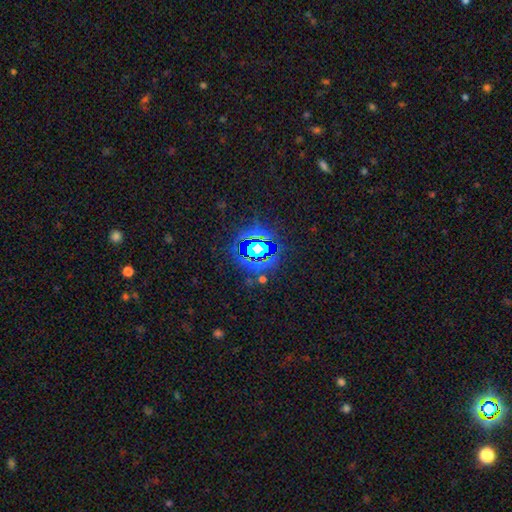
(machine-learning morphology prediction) Overall: star or artifact (78%).